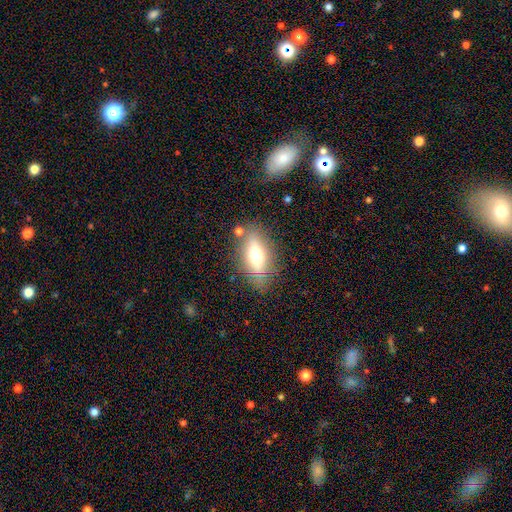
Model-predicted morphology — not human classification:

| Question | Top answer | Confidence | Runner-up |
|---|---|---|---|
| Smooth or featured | smooth | 56% | featured or disk (36%) |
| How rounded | in between | 75% | cigar-shaped (20%) |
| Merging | none | 77% | minor disturbance (14%) |